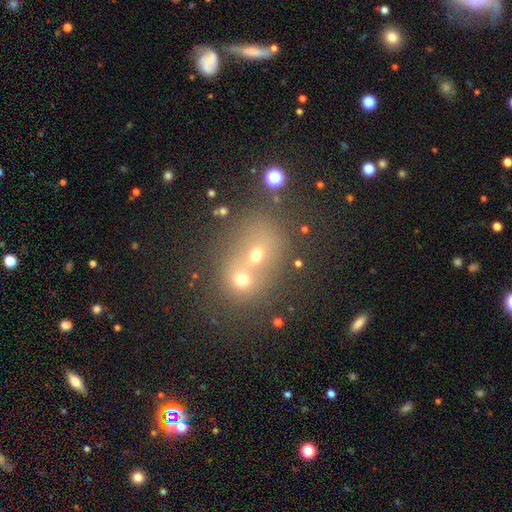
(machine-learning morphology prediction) Q: Smooth or featured?
A: smooth (56%); runner-up: featured or disk (22%)
Q: How rounded?
A: round (67%); runner-up: in between (32%)
Q: Merging?
A: merger (64%); runner-up: none (27%)